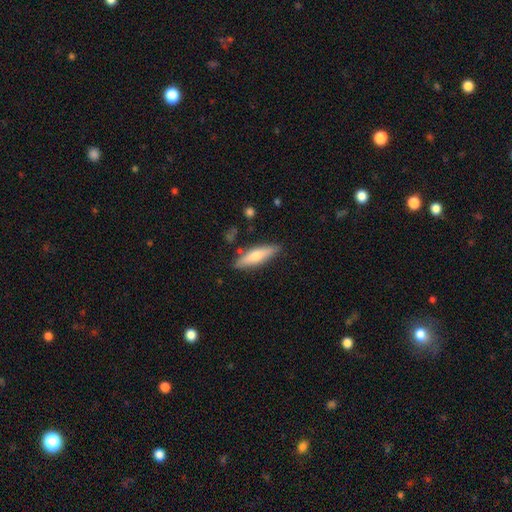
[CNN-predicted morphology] smooth_or_featured: smooth (p=0.60) [alt: featured or disk p=0.34]
how_rounded: cigar-shaped (p=0.66) [alt: in between p=0.32]
merging: none (p=0.83) [alt: minor disturbance p=0.12]